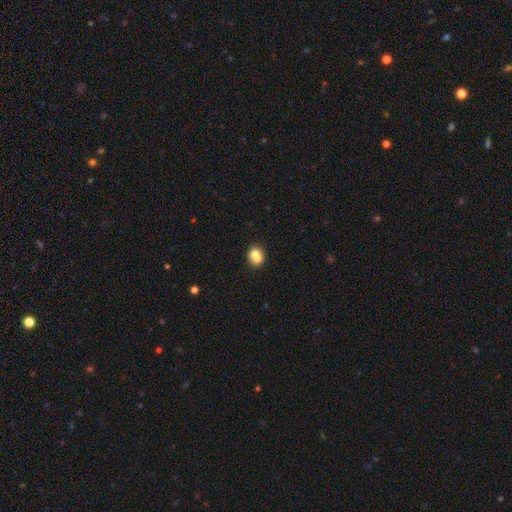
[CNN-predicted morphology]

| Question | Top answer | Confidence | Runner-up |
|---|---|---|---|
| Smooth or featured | smooth | 79% | featured or disk (11%) |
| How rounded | round | 53% | in between (46%) |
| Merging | none | 51% | merger (30%) |